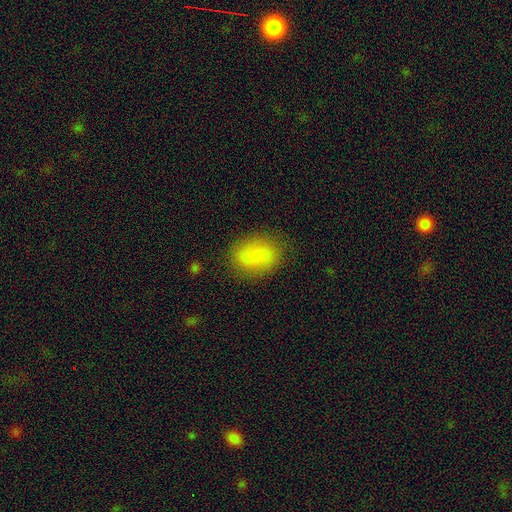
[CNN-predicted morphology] Overall: smooth (77%). How rounded: in between (67%; round 31%). Merging: none (81%).